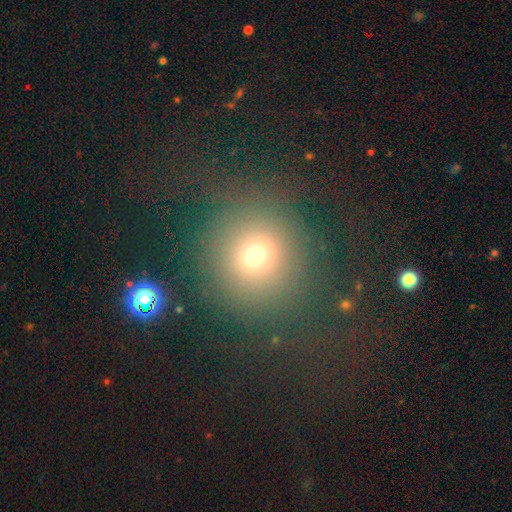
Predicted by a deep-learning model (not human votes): Q: Smooth or featured?
A: smooth (70%); runner-up: star or artifact (20%)
Q: How rounded?
A: round (92%); runner-up: in between (7%)
Q: Merging?
A: none (79%); runner-up: minor disturbance (9%)